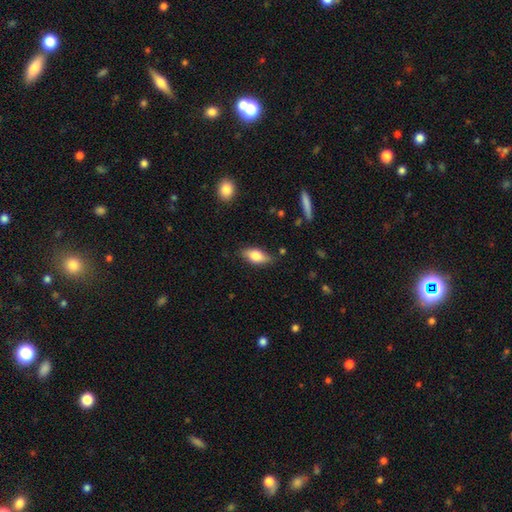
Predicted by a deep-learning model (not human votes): smooth_or_featured: smooth (p=0.70) [alt: featured or disk p=0.23]
how_rounded: in between (p=0.81) [alt: cigar-shaped p=0.15]
merging: none (p=0.80) [alt: minor disturbance p=0.15]